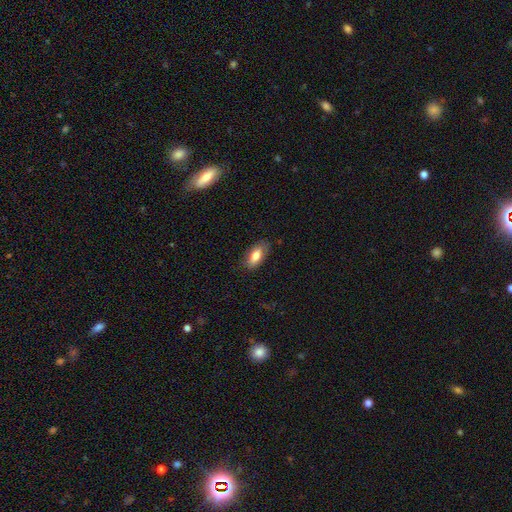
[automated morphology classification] This appears to be a smooth galaxy with no disk features (79%) that is in between round and cigar-shaped (86%). Merging: none (81%).